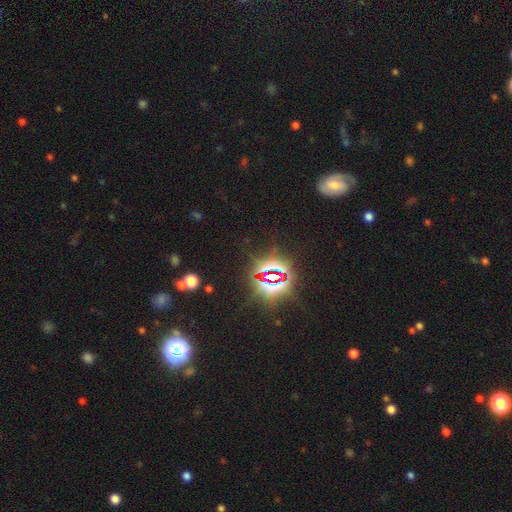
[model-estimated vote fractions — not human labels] smooth-or-featured: star or artifact: 79% | smooth: 13% | featured or disk: 8%